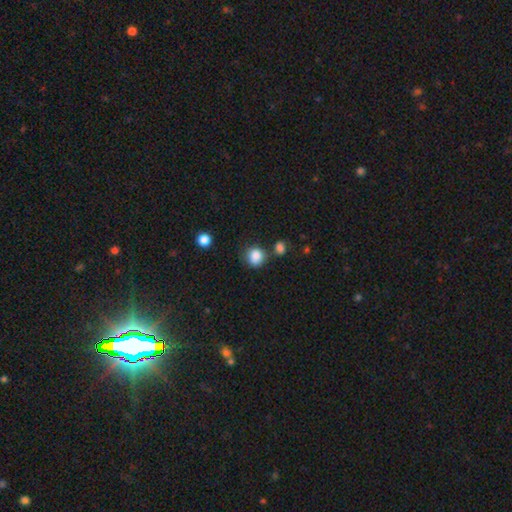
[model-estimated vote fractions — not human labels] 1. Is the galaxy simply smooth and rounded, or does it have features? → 85% smooth, 10% star or artifact, 5% featured or disk.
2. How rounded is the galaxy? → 81% round, 18% in between, 1% cigar-shaped.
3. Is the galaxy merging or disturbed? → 67% none, 17% minor disturbance, 11% merger, 5% major disturbance.